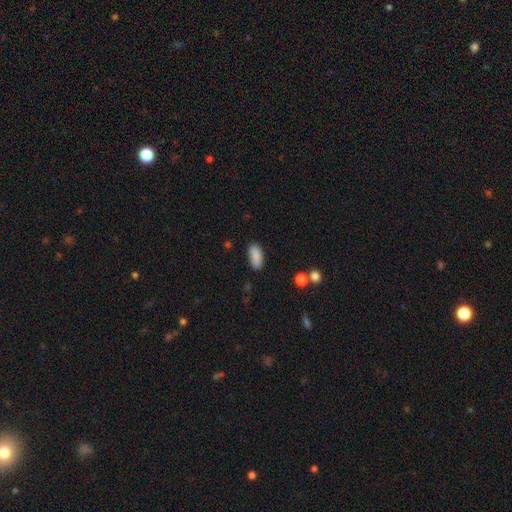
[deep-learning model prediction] This appears to be a smooth galaxy with no disk features (87%) that is in between round and cigar-shaped (88%). Merging: none (82%).